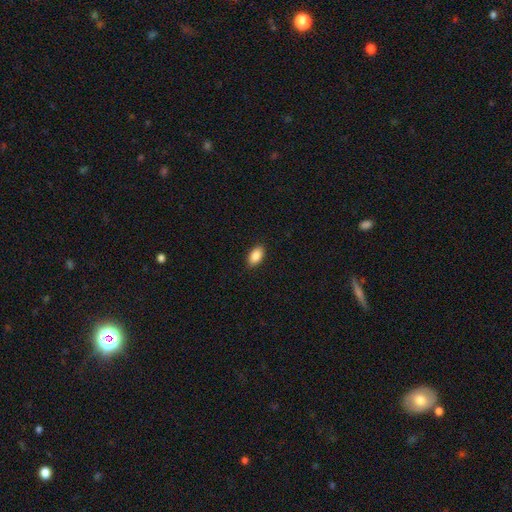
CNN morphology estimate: smooth_or_featured: smooth (p=0.88) [alt: star or artifact p=0.07]
how_rounded: in between (p=0.93) [alt: round p=0.04]
merging: none (p=0.89) [alt: minor disturbance p=0.08]